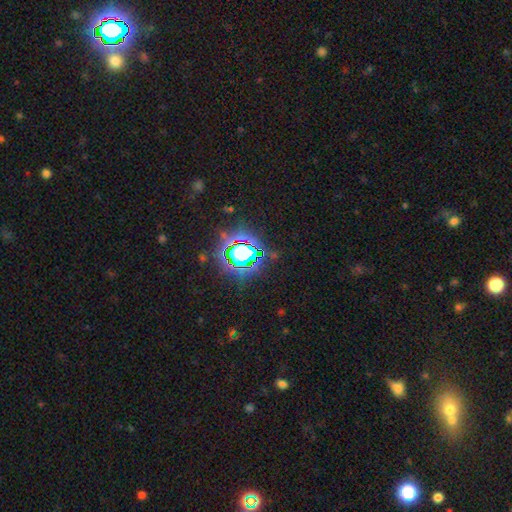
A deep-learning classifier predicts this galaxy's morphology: A star or artifact, not a galaxy (81%).

Vote fractions:
- Smooth or featured? star or artifact: 81% / smooth: 12% / featured or disk: 7%